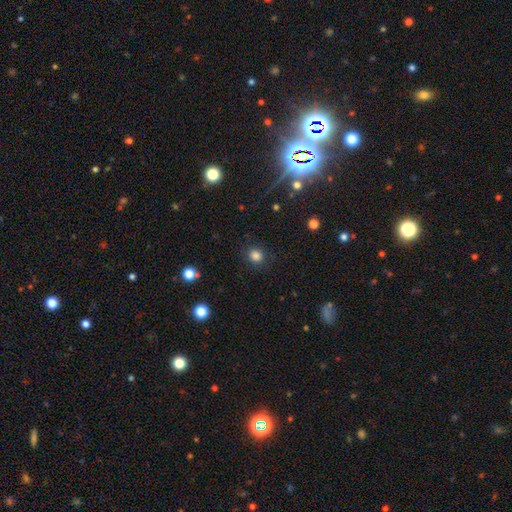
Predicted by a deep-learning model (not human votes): A smooth galaxy with no disk features (83%) that is round (79%).

Vote fractions:
- Smooth or featured? smooth: 83% / star or artifact: 12% / featured or disk: 4%
- How rounded? round: 79% / in between: 20% / cigar-shaped: 1%
- Merging? none: 86% / minor disturbance: 9% / major disturbance: 4% / merger: 1%